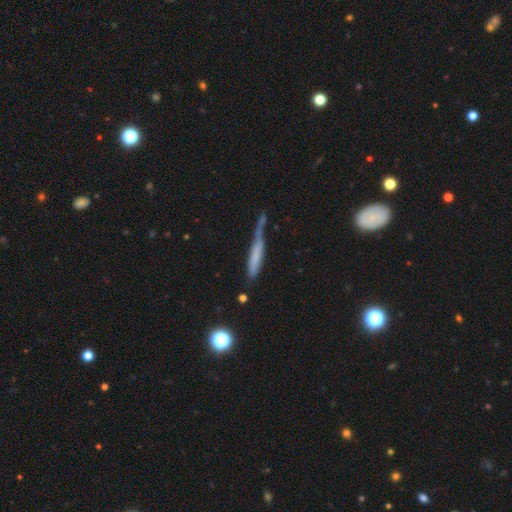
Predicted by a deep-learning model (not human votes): Smooth or featured? smooth (58%)
How rounded? cigar-shaped (90%)
Merging? none (39%)